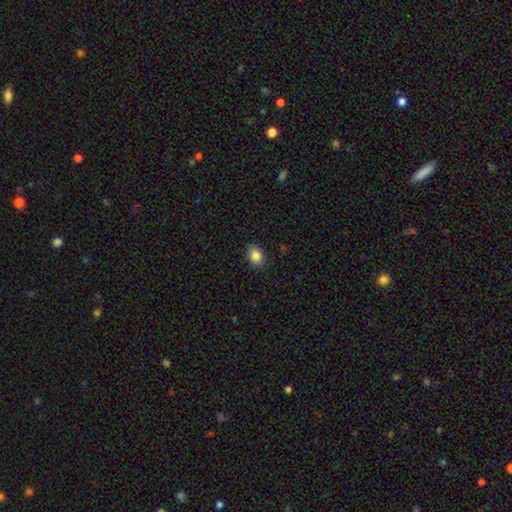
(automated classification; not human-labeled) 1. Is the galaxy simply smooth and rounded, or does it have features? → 86% smooth, 9% star or artifact, 5% featured or disk.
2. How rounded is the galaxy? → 58% in between, 41% round, 1% cigar-shaped.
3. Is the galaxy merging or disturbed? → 87% none, 10% minor disturbance, 2% major disturbance, 1% merger.